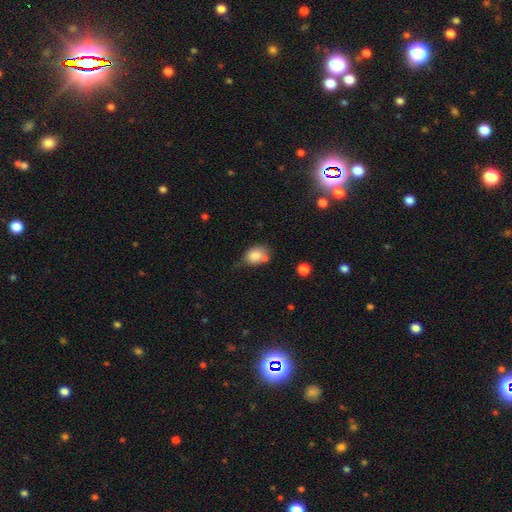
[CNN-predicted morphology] This is clearly a smooth galaxy (81%). How rounded: likely in between (61%). Merging: marginally none (43%).